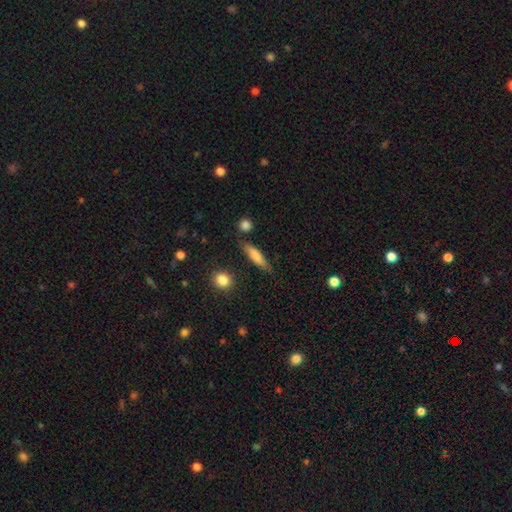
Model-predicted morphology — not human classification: A smooth galaxy with no disk features (75%) that is cigar-shaped (73%).

Vote fractions:
- Smooth or featured? smooth: 75% / featured or disk: 18% / star or artifact: 7%
- How rounded? cigar-shaped: 73% / in between: 24% / round: 3%
- Merging? none: 79% / minor disturbance: 14% / merger: 4% / major disturbance: 3%